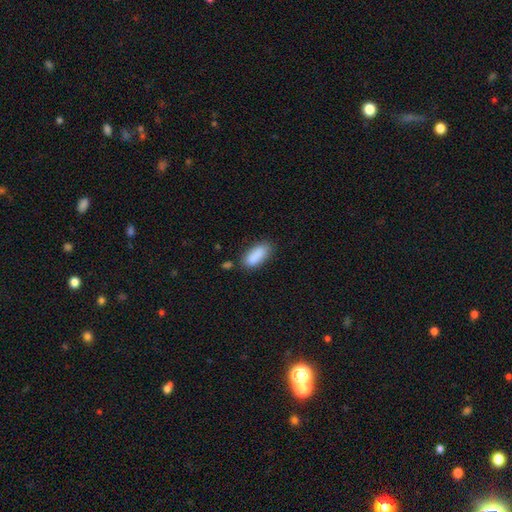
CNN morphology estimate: smooth_or_featured: smooth (p=0.88) [alt: star or artifact p=0.07]
how_rounded: in between (p=0.82) [alt: cigar-shaped p=0.16]
merging: none (p=0.73) [alt: minor disturbance p=0.18]